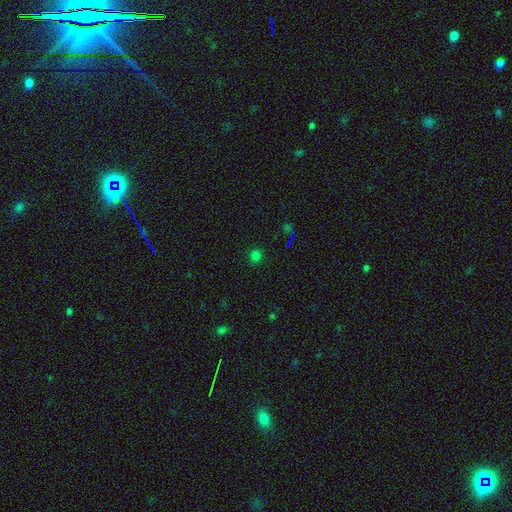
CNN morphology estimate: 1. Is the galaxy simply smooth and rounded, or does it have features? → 73% smooth, 23% star or artifact, 4% featured or disk.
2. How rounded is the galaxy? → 83% round, 16% in between, 1% cigar-shaped.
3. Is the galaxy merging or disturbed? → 87% none, 9% minor disturbance, 3% major disturbance, 2% merger.